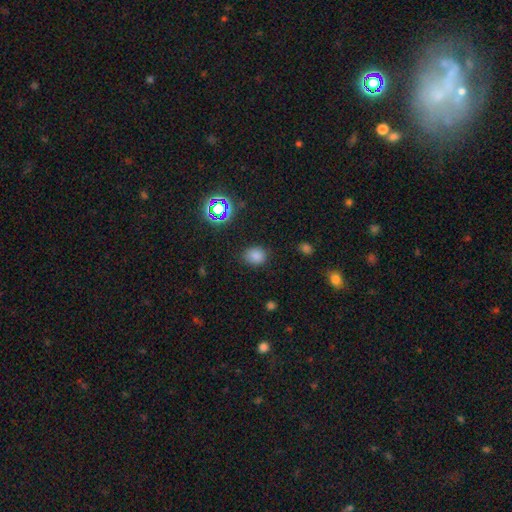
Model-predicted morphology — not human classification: Smooth or featured?
  - smooth: 77% *
  - star or artifact: 18%
  - featured or disk: 5%
How rounded?
  - round: 58% *
  - in between: 41%
  - cigar-shaped: 1%
Merging?
  - none: 82% *
  - minor disturbance: 12%
  - major disturbance: 4%
  - merger: 2%